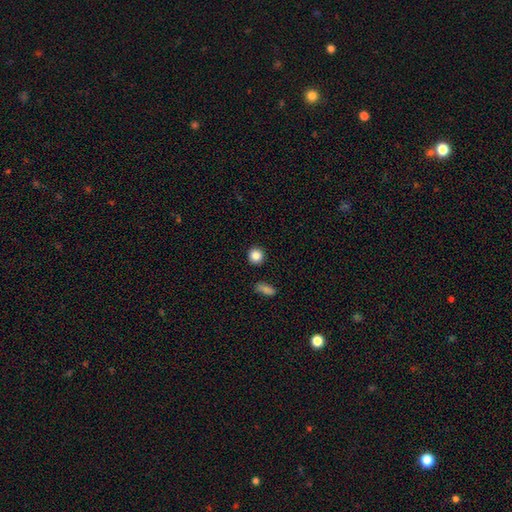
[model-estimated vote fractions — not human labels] Morphology: type=smooth (87%); roundness=round (91%); merging=none (91%).